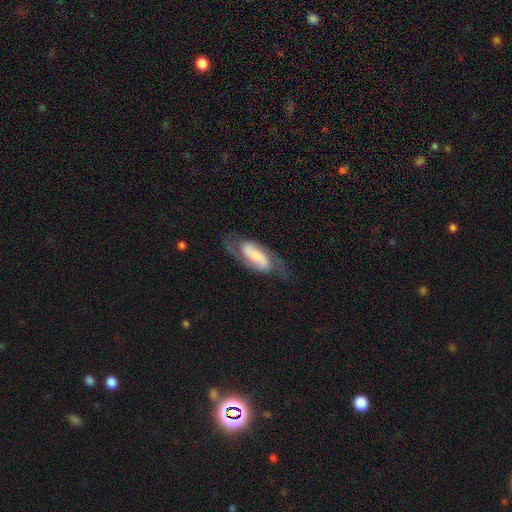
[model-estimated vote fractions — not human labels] The model was most divided on "bar": weak: 37%, no: 36%, strong: 27%. Remaining: spiral arms — yes (93%); edge-on disk — no (93%); spiral arm count — 2 (88%); smooth or featured — featured or disk (78%); merging — none (70%); spiral winding — medium (49%); bulge size — small (46%).